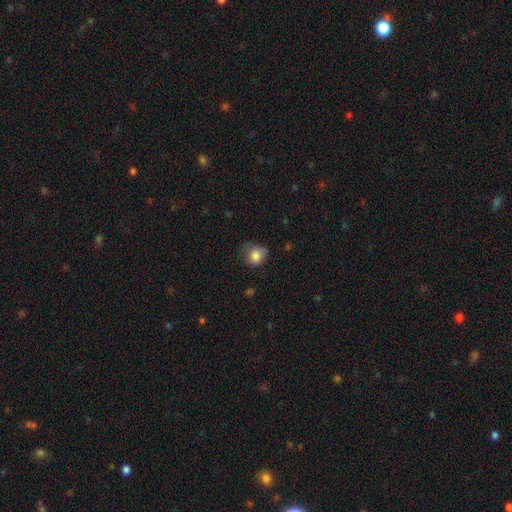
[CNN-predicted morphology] A smooth galaxy with no disk features (83%) that is round (65%). Merging: none (49%).